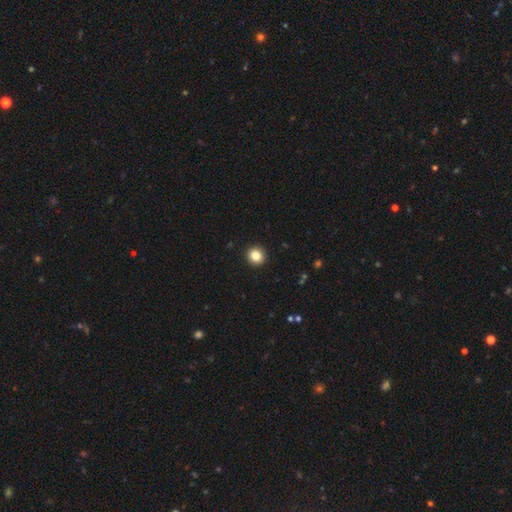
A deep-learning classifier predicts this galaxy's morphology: type=smooth (84%); roundness=round (90%); merging=none (93%).